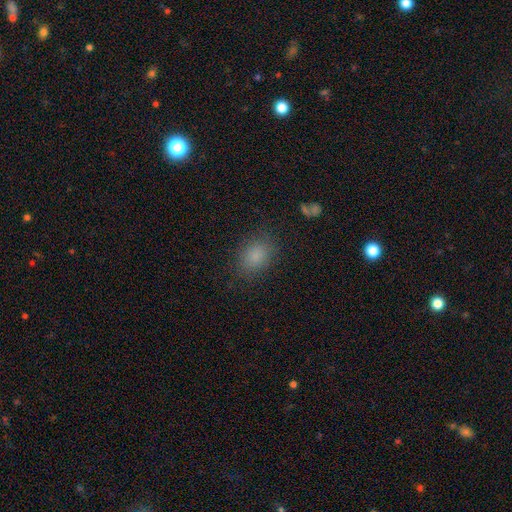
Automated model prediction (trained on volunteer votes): A smooth galaxy with no disk features (84%) that is in between round and cigar-shaped (66%).

Vote fractions:
- Smooth or featured? smooth: 84% / star or artifact: 11% / featured or disk: 5%
- How rounded? in between: 66% / round: 33% / cigar-shaped: 1%
- Merging? none: 82% / minor disturbance: 12% / major disturbance: 4% / merger: 1%